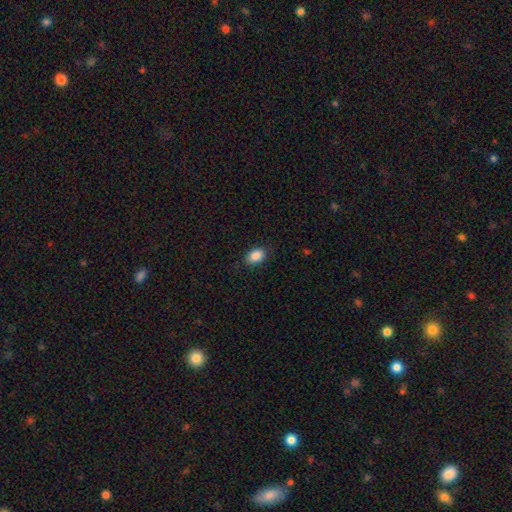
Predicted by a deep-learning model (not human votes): This appears to be a smooth galaxy with no disk features (88%) that is in between round and cigar-shaped (81%). Merging: none (87%).